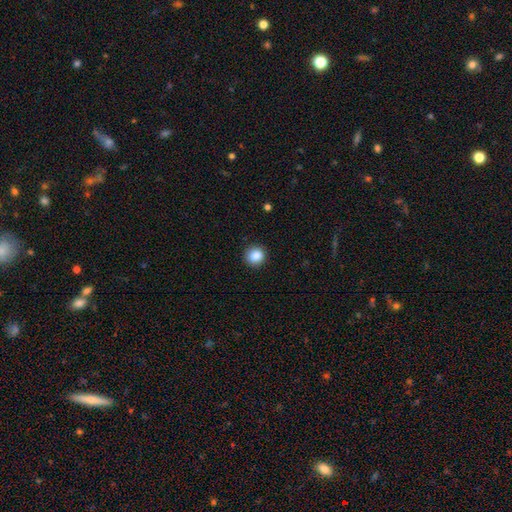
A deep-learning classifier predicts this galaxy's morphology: This is clearly a smooth galaxy (87%). How rounded: clearly round (92%). Merging: clearly none (91%).